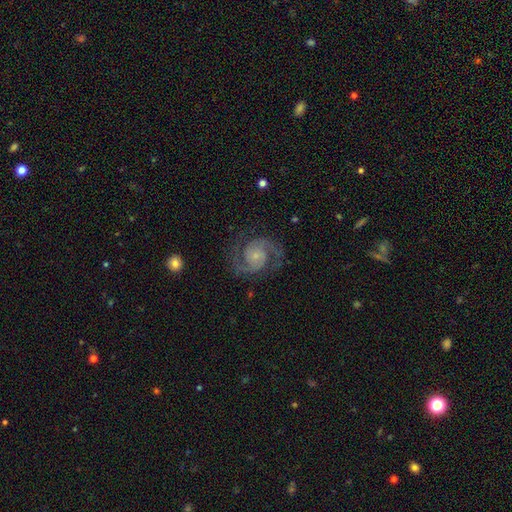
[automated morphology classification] Smooth or featured: featured or disk — 92% (star or artifact — 5%)
Edge-on disk: no — 98% (yes — 2%)
Bar: no — 64% (weak — 28%)
Spiral arms: yes — 98% (no — 2%)
Spiral winding: medium — 57% (tight — 33%)
Spiral arm count: 2 — 93% (3 — 2%)
Bulge size: small — 71% (moderate — 17%)
Merging: none — 81% (minor disturbance — 12%)